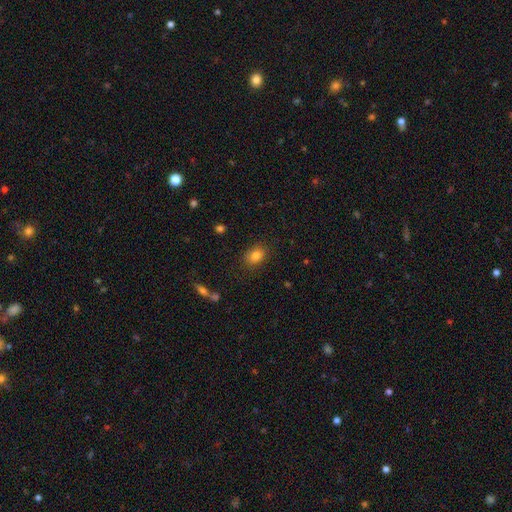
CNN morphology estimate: type=smooth (82%); roundness=in between (67%); merging=none (85%).